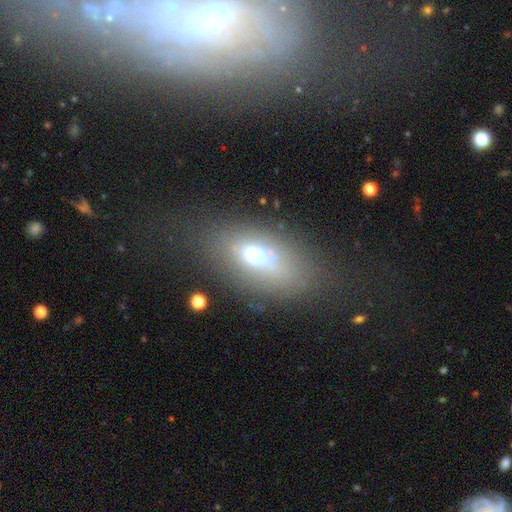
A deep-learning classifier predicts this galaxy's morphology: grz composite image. It shows a smooth galaxy with no disk features (50%) that is in between round and cigar-shaped (83%). Merging: none (57%).